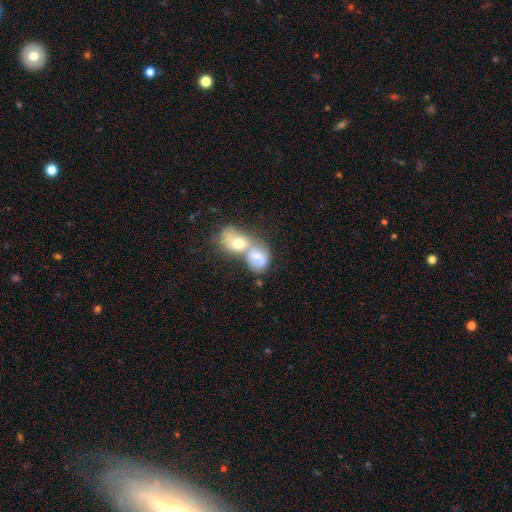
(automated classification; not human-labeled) A smooth galaxy with no disk features (52%) that is in between round and cigar-shaped (49%, tied with round).

Vote fractions:
- Smooth or featured? smooth: 52% / featured or disk: 37% / star or artifact: 11%
- How rounded? in between: 49% (tied) / round: 49% (tied) / cigar-shaped: 2%
- Merging? merger: 80% / none: 12% / minor disturbance: 5% / major disturbance: 4%